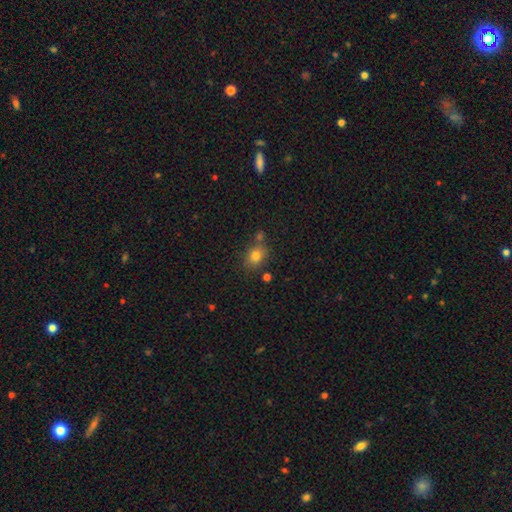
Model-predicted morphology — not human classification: A smooth galaxy with no disk features (77%) that is round (50%). Merging: none (69%).